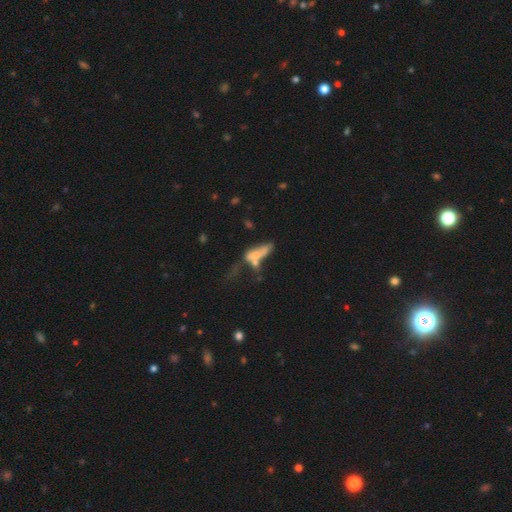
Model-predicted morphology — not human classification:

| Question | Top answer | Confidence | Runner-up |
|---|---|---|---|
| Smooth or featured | smooth | 54% | featured or disk (34%) |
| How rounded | in between | 62% | cigar-shaped (34%) |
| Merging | merger | 46% | major disturbance (25%) |